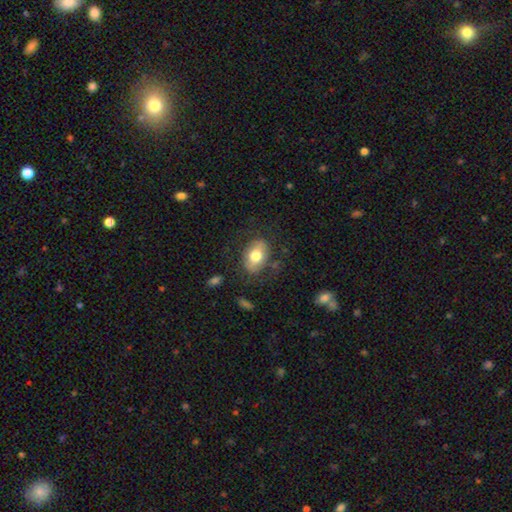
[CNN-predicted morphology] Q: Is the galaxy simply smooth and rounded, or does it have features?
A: smooth — 68%.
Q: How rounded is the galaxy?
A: in between — 81%.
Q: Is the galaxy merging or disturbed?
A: none — 72%.